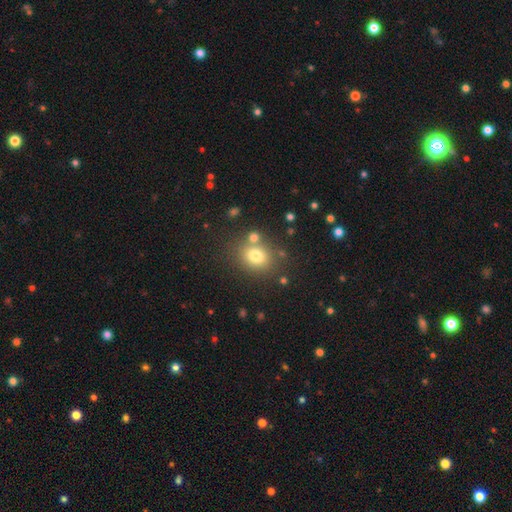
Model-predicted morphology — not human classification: type=smooth (75%); roundness=round (58%); merging=none (72%).